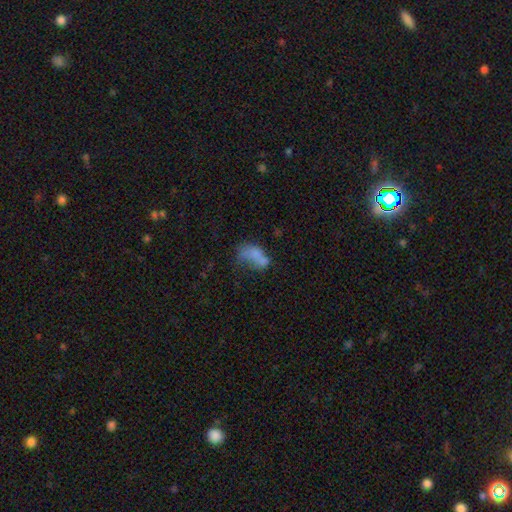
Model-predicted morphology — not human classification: A smooth galaxy with no disk features (61%) that is in between round and cigar-shaped (87%). Merging: merger (29%).